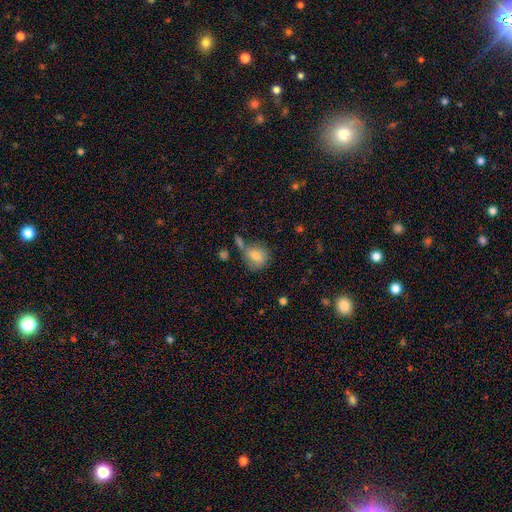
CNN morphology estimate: A smooth galaxy with no disk features (78%) that is round (76%). Merging: none (55%).